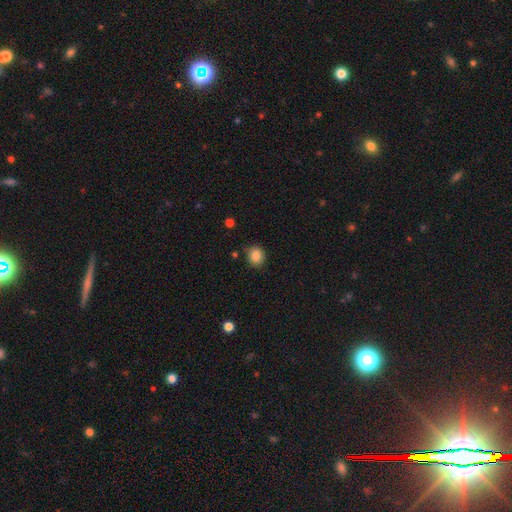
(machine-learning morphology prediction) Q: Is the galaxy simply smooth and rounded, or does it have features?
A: smooth — 84%.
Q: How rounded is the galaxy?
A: round — 79%.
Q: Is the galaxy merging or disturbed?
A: none — 83%.